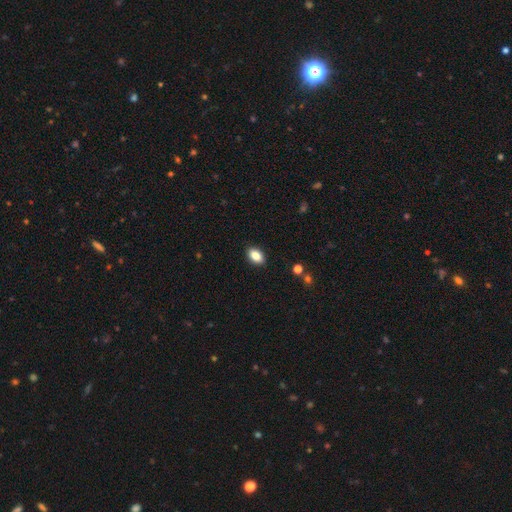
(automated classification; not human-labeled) Q: Smooth or featured?
A: smooth (85%); runner-up: star or artifact (8%)
Q: How rounded?
A: in between (88%); runner-up: round (10%)
Q: Merging?
A: none (90%); runner-up: minor disturbance (7%)